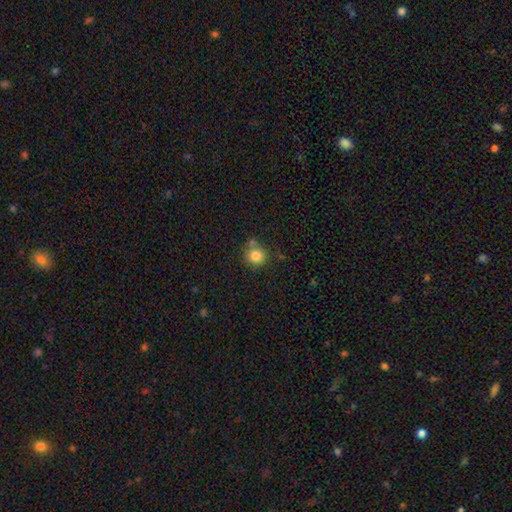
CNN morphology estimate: A smooth galaxy with no disk features (82%) that is round (92%).

Vote fractions:
- Smooth or featured? smooth: 82% / star or artifact: 11% / featured or disk: 7%
- How rounded? round: 92% / in between: 7% / cigar-shaped: 1%
- Merging? none: 72% / merger: 13% / minor disturbance: 12% / major disturbance: 3%